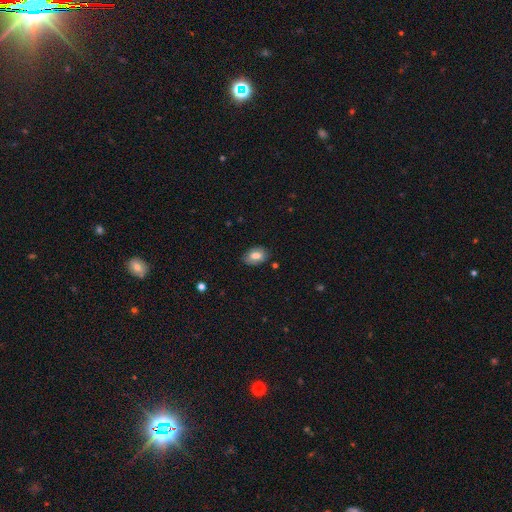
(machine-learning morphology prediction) smooth-or-featured: smooth: 74% | featured or disk: 17% | star or artifact: 8%
  how-rounded: in between: 84% | round: 15% | cigar-shaped: 1%
  merging: none: 80% | minor disturbance: 15% | major disturbance: 3% | merger: 1%